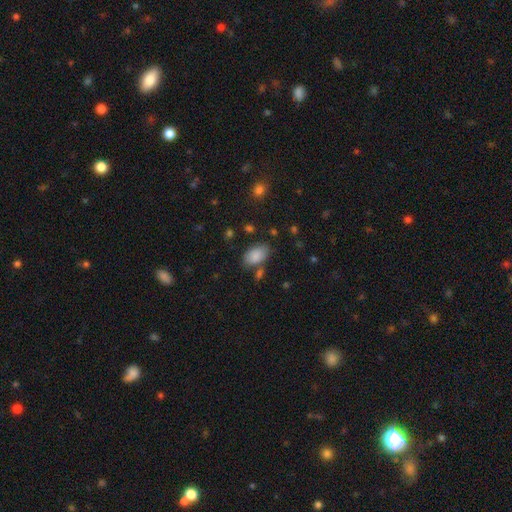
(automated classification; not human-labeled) The model was most divided on "merging": none: 71%, minor disturbance: 16%, merger: 8%, major disturbance: 5%. More confident: how rounded — in between (93%); smooth or featured — smooth (87%).